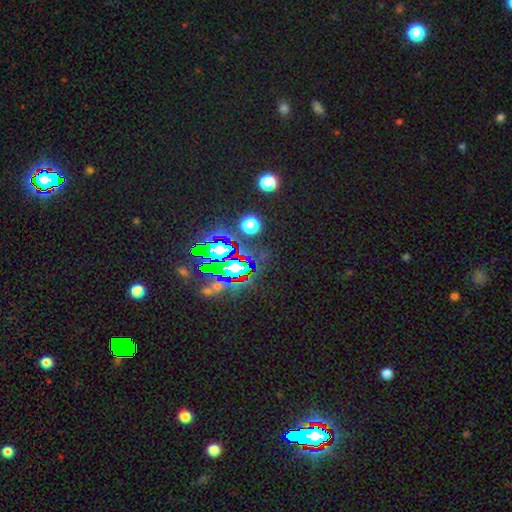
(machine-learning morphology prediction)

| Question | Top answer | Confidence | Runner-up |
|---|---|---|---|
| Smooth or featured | star or artifact | 84% | smooth (10%) |